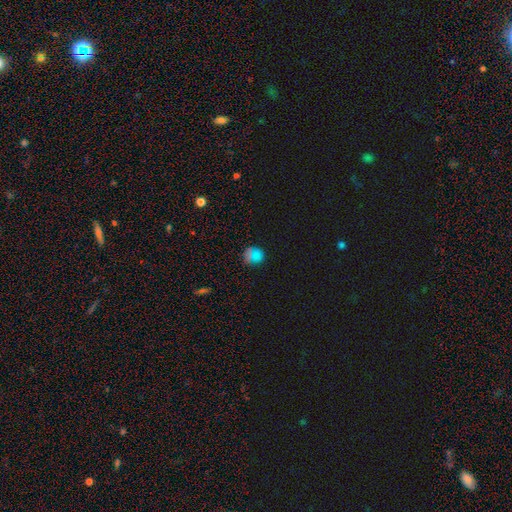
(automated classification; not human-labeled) This appears to be a smooth galaxy with no disk features (62%) that is round (90%). Merging: none (81%).